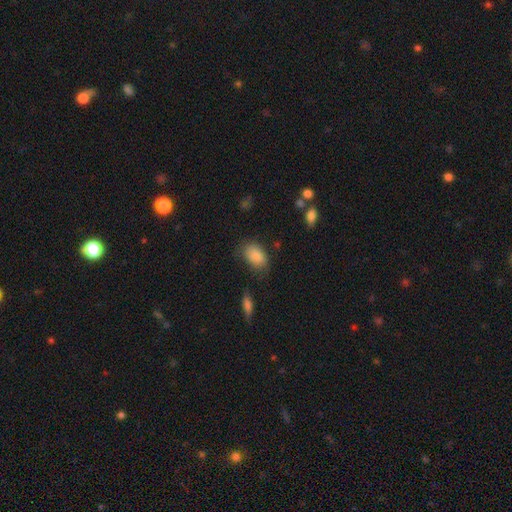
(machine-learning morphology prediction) This is clearly a smooth galaxy (86%). How rounded: clearly in between (86%). Merging: likely none (68%).